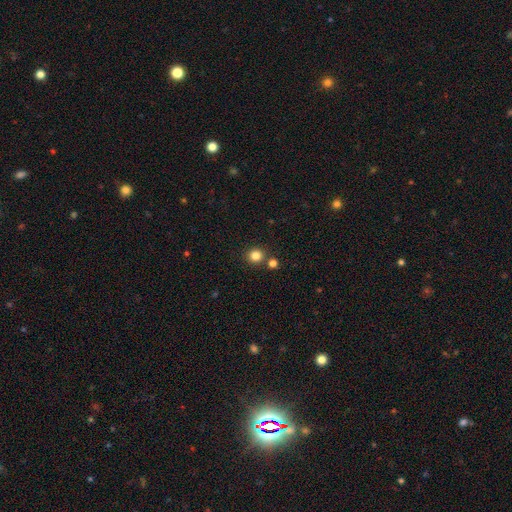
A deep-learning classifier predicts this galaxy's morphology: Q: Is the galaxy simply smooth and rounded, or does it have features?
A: smooth — 83%.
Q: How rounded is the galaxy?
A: round — 90%.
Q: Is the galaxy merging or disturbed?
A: none — 82%.